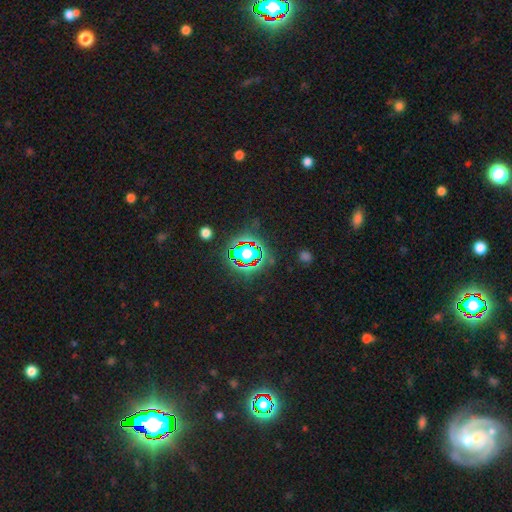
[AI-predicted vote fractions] Smooth or featured: star or artifact — 82% (smooth — 11%)